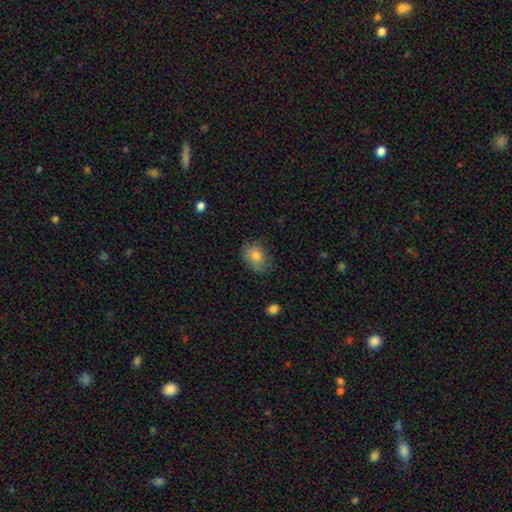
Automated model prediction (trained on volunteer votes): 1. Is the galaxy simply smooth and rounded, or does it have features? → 79% smooth, 13% featured or disk, 8% star or artifact.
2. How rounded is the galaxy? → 66% in between, 33% round, 1% cigar-shaped.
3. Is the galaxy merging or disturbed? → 68% none, 24% minor disturbance, 6% major disturbance, 1% merger.